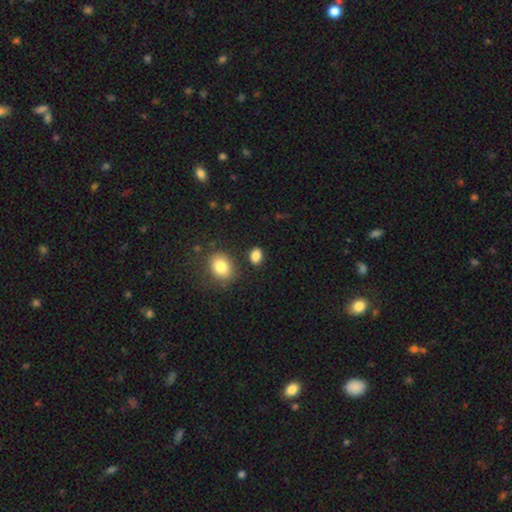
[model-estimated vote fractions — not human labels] Smooth or featured? smooth (86%)
How rounded? in between (73%)
Merging? none (81%)